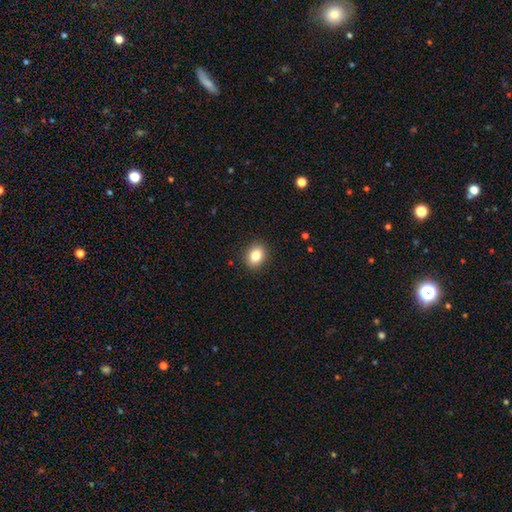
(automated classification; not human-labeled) The model was most divided on "how rounded": in between: 54%, round: 45%, cigar-shaped: 1%. More confident: merging — none (91%); smooth or featured — smooth (84%).